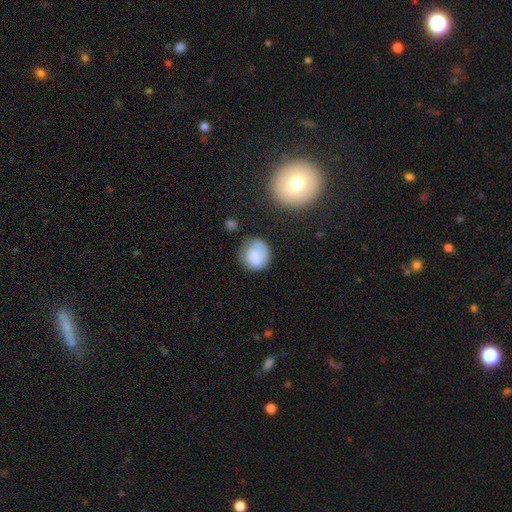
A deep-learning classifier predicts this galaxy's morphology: Smooth or featured?
  - smooth: 79% *
  - featured or disk: 13%
  - star or artifact: 8%
How rounded?
  - round: 82% *
  - in between: 17%
  - cigar-shaped: 1%
Merging?
  - none: 60% *
  - minor disturbance: 25%
  - major disturbance: 11%
  - merger: 4%